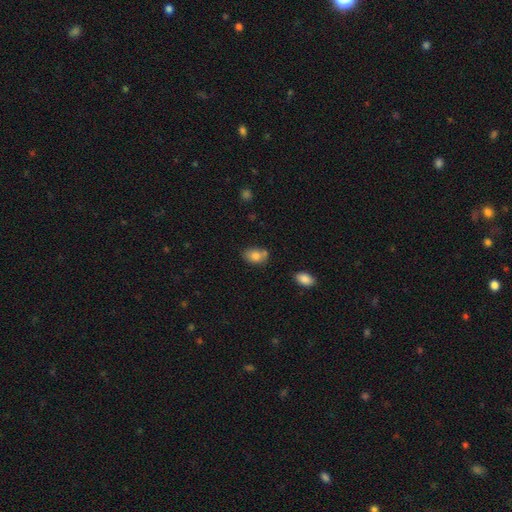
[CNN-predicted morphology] smooth 79%, featured or disk 12%, star or artifact 9%. Down the decision tree: how rounded — in between (75%); merging — none (55%).